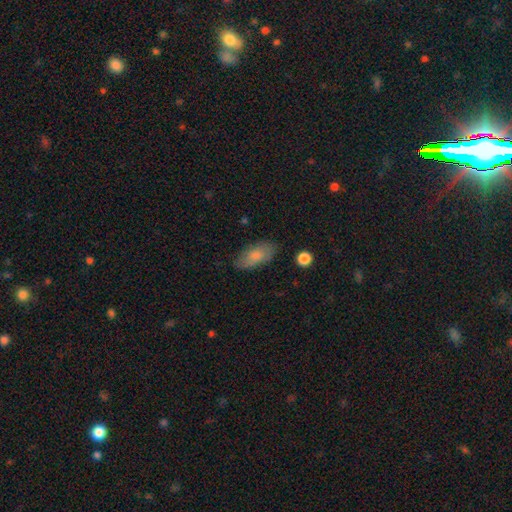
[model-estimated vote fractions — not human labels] The model was most divided on "merging": none: 77%, minor disturbance: 17%, major disturbance: 4%, merger: 2%. More confident: how rounded — in between (90%); smooth or featured — smooth (79%).